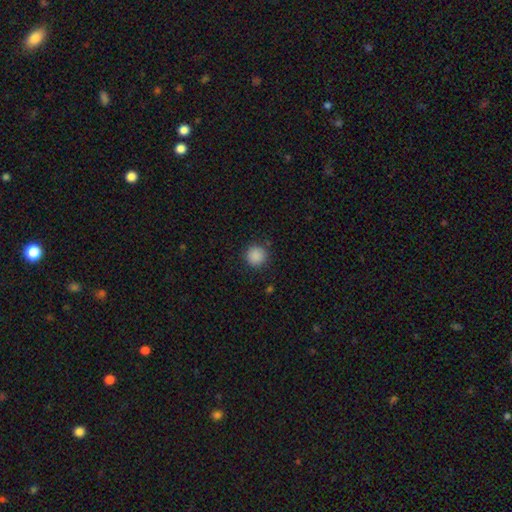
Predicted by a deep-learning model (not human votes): smooth-or-featured: smooth: 88% | star or artifact: 9% | featured or disk: 3%
  how-rounded: round: 95% | in between: 4% | cigar-shaped: 1%
  merging: none: 90% | minor disturbance: 7% | major disturbance: 2% | merger: 1%